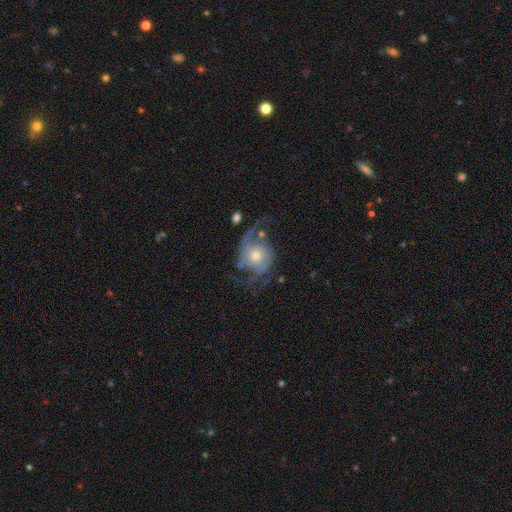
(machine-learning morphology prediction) Smooth or featured? featured or disk (80%)
Edge-on disk? no (97%)
Bar? no (74%)
Spiral arms? yes (92%)
Spiral winding? loose (48%)
Spiral arm count? 2 (76%)
Bulge size? moderate (51%)
Merging? none (50%)